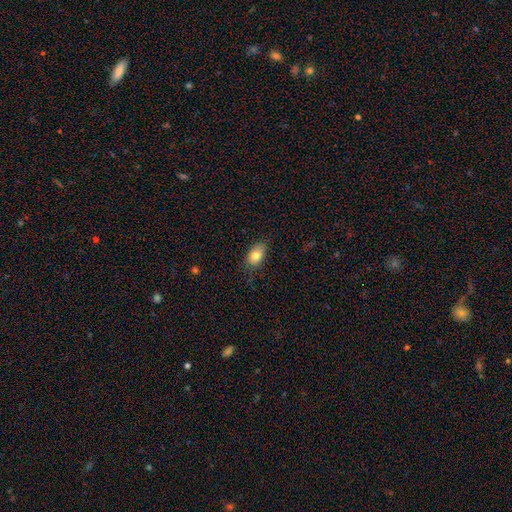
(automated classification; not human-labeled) Morphology: type=smooth (83%); roundness=in between (89%); merging=none (73%).